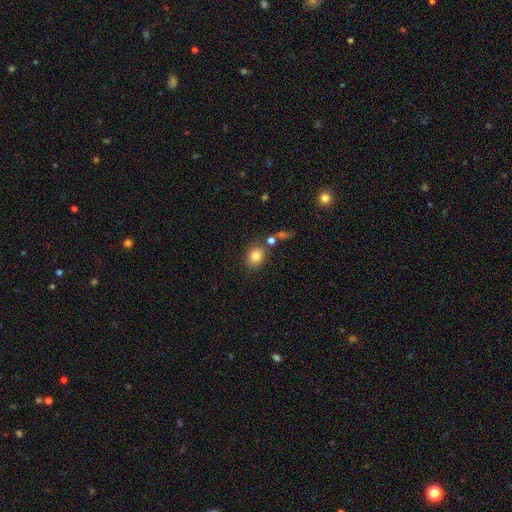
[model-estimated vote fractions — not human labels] smooth_or_featured: smooth (p=0.81) [alt: star or artifact p=0.11]
how_rounded: round (p=0.49) [tied with: in between p=0.49]
merging: none (p=0.73) [alt: minor disturbance p=0.12]